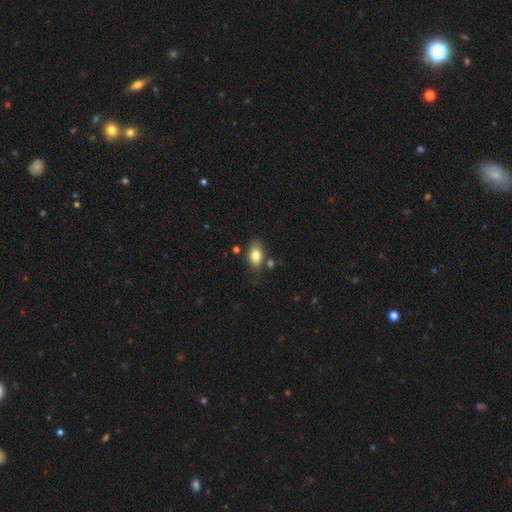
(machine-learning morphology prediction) type=smooth (81%); roundness=in between (89%); merging=none (71%).